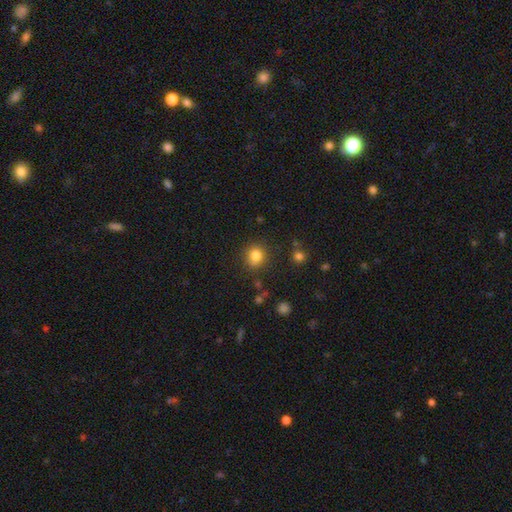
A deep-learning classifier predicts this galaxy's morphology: Overall: smooth (82%). How rounded: round (81%). Merging: none (84%).